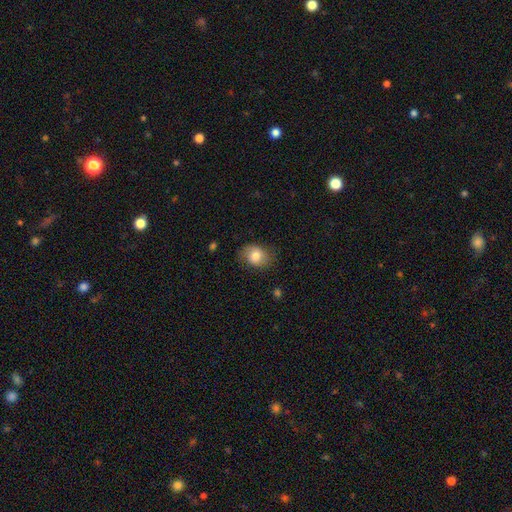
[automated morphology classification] A smooth galaxy with no disk features (77%) that is in between round and cigar-shaped (55%).

Vote fractions:
- Smooth or featured? smooth: 77% / featured or disk: 15% / star or artifact: 8%
- How rounded? in between: 55% / round: 44% / cigar-shaped: 1%
- Merging? none: 73% / minor disturbance: 20% / major disturbance: 6% / merger: 1%